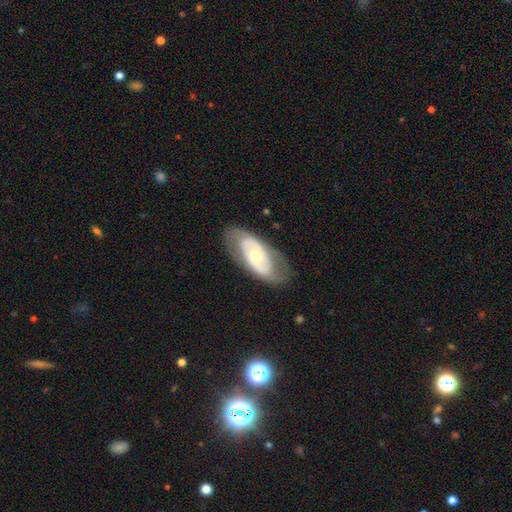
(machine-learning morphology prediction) Overall: featured or disk (67%; smooth 28%). Edge-on disk: no (90%). Bar: no (71%). Spiral arms: no (59%; yes 41%). Bulge size: moderate (56%; small 38%). Merging: none (76%).